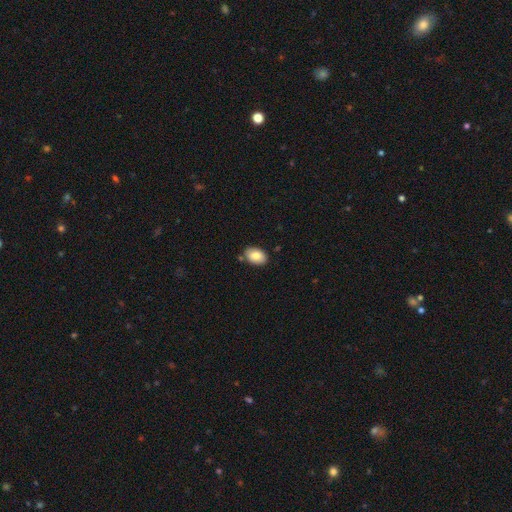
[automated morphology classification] Smooth or featured? Predicted: smooth (p=0.83). How rounded? Predicted: in between (p=0.87). Merging? Predicted: none (p=0.81).